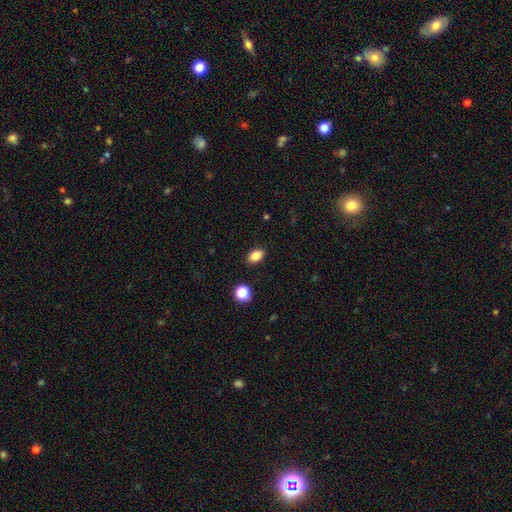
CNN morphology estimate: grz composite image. It shows a smooth galaxy with no disk features (84%) that is in between round and cigar-shaped (84%). Merging: none (88%).